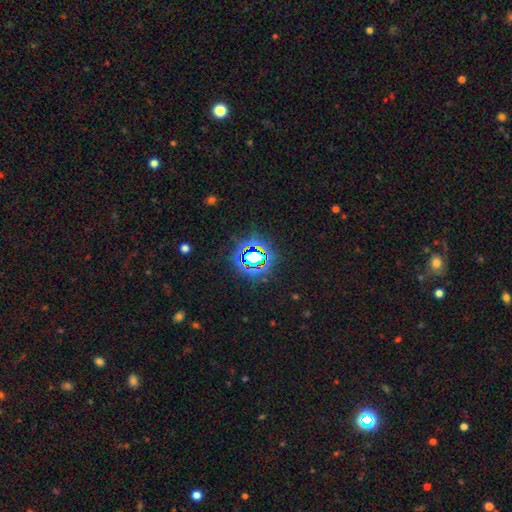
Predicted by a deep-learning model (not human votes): Overall: star or artifact (72%).